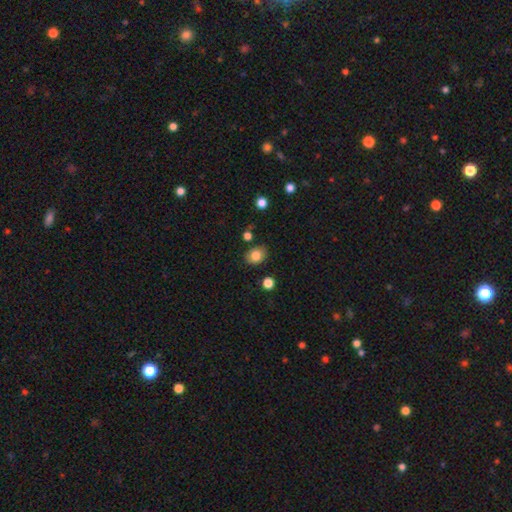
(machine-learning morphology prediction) A smooth galaxy with no disk features (83%) that is in between round and cigar-shaped (60%). Merging: none (82%).